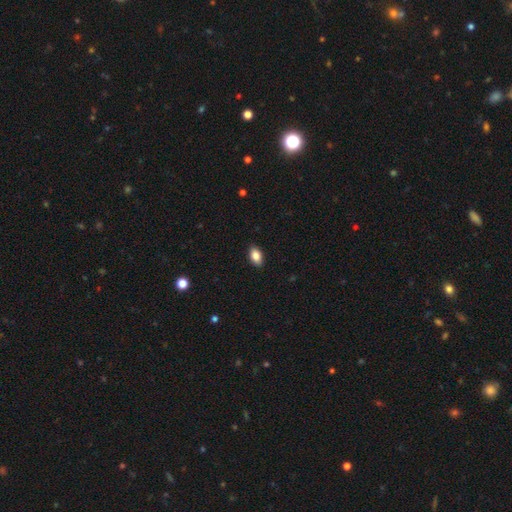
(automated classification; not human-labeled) Morphology: type=smooth (86%); roundness=in between (91%); merging=none (88%).